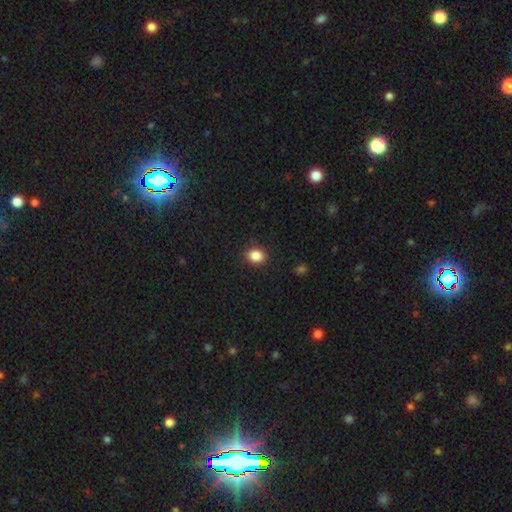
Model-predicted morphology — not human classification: This appears to be a smooth galaxy with no disk features (86%) that is round (50%). Merging: none (86%).